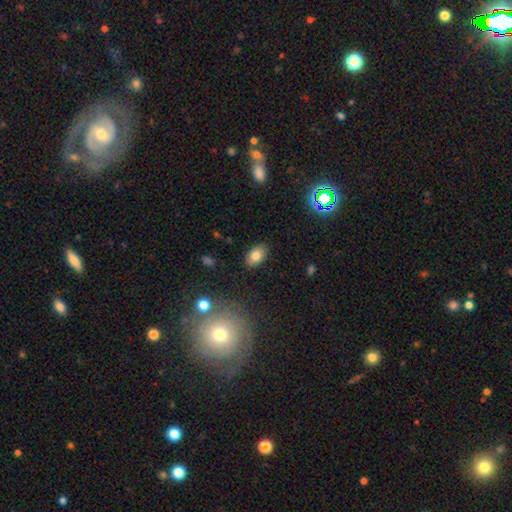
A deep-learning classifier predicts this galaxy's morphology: smooth 81%, featured or disk 10%, star or artifact 9%. Down the decision tree: how rounded — in between (88%); merging — none (86%).